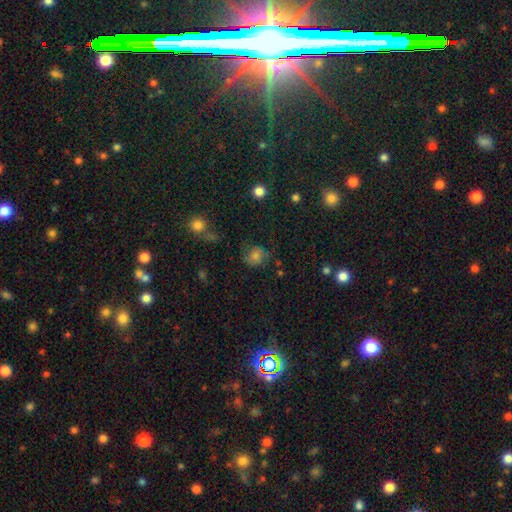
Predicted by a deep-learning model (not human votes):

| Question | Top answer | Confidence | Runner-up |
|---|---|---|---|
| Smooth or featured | smooth | 61% | featured or disk (21%) |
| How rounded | round | 77% | in between (22%) |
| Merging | none | 61% | minor disturbance (22%) |